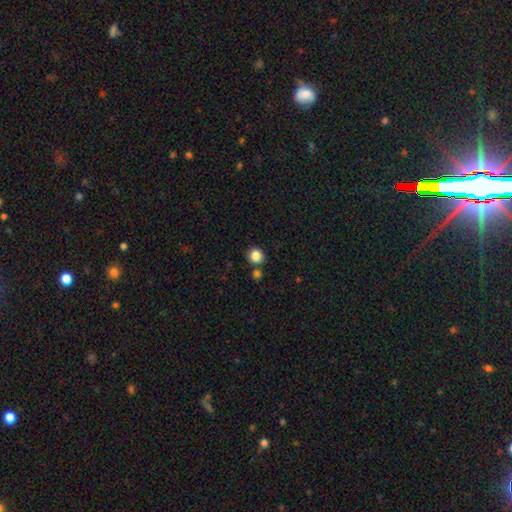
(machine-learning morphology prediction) Smooth or featured?
  - smooth: 85% *
  - star or artifact: 11%
  - featured or disk: 4%
How rounded?
  - round: 89% *
  - in between: 10%
  - cigar-shaped: 1%
Merging?
  - none: 79% *
  - merger: 10%
  - minor disturbance: 8%
  - major disturbance: 2%